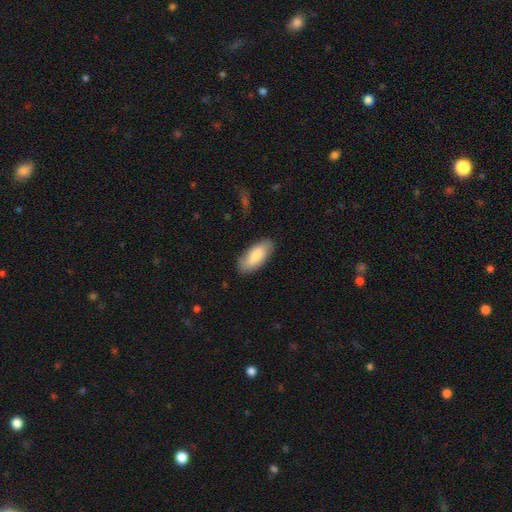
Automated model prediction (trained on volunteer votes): Smooth or featured? smooth (81%)
How rounded? in between (89%)
Merging? none (84%)